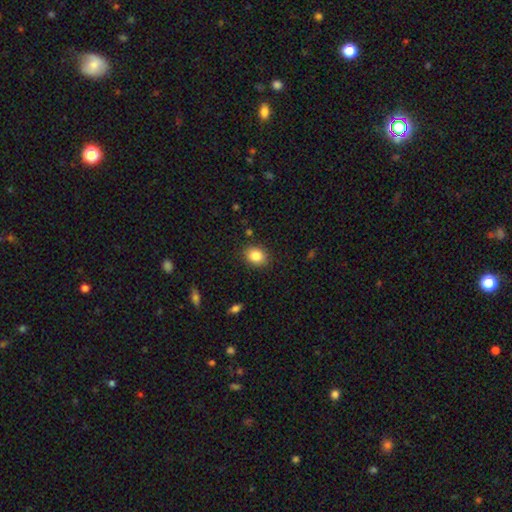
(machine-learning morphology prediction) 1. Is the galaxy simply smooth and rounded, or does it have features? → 85% smooth, 9% star or artifact, 6% featured or disk.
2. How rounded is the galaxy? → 51% in between, 48% round, 1% cigar-shaped.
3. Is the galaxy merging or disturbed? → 88% none, 9% minor disturbance, 2% major disturbance, 1% merger.